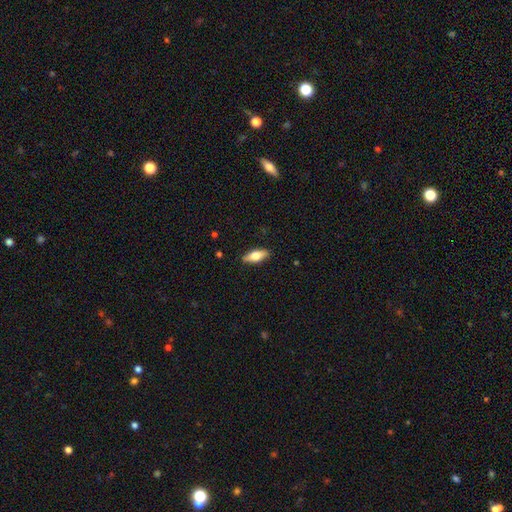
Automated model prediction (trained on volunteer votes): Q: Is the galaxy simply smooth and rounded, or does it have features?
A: smooth — 66%.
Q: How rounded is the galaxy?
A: in between — 75%.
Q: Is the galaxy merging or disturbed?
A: none — 88%.